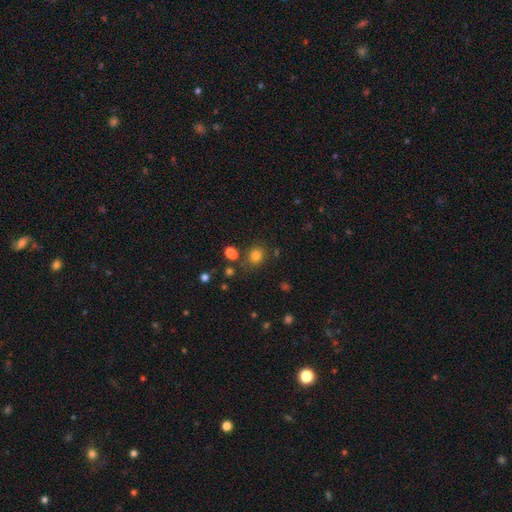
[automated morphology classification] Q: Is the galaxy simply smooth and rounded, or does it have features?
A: smooth — 79%.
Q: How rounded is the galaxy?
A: round — 66%.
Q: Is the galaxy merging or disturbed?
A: none — 74%.